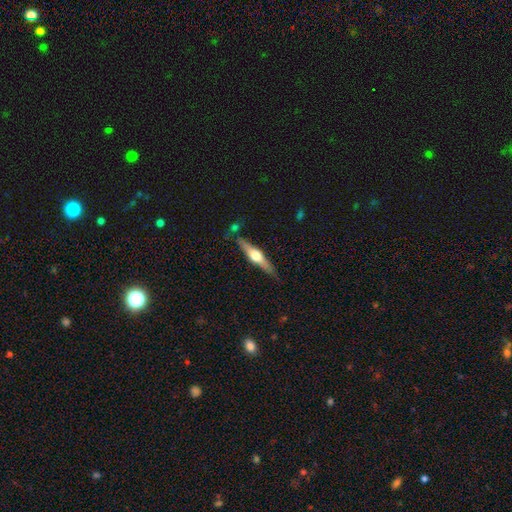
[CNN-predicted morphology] Smooth or featured? Predicted: featured or disk (p=0.67). Edge-on disk? Predicted: yes (p=0.96). Edge-on bulge? Predicted: rounded (p=0.94). Merging? Predicted: none (p=0.80).